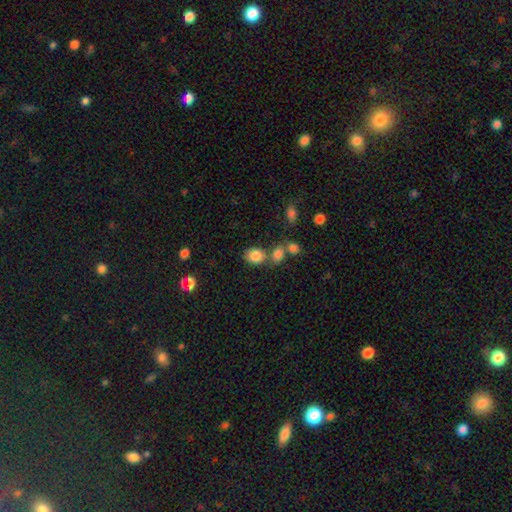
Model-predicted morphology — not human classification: smooth_or_featured: smooth (p=0.83) [alt: star or artifact p=0.10]
how_rounded: in between (p=0.52) [alt: round p=0.46]
merging: none (p=0.59) [alt: merger p=0.22]